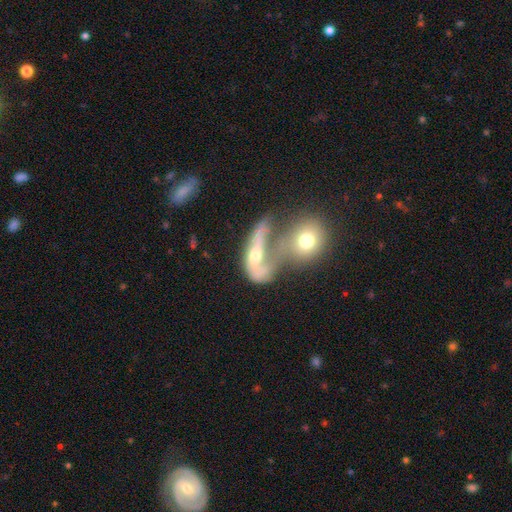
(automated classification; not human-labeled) This is possibly a featured or disk galaxy (51%). It is clearly not viewed edge-on (81%). Merging: likely merger (65%).